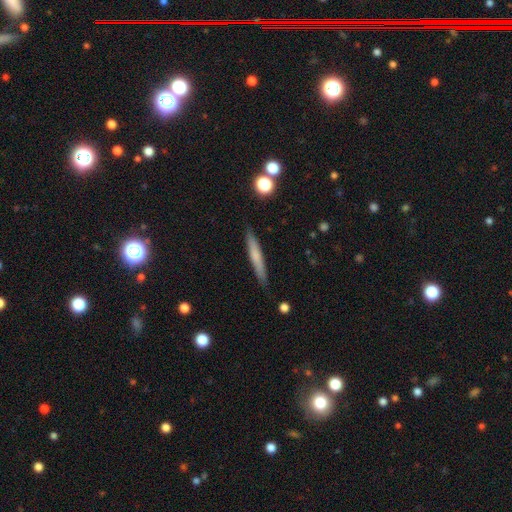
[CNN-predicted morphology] Smooth or featured: smooth — 62% (featured or disk — 31%)
How rounded: cigar-shaped — 94% (in between — 4%)
Merging: none — 89% (minor disturbance — 8%)